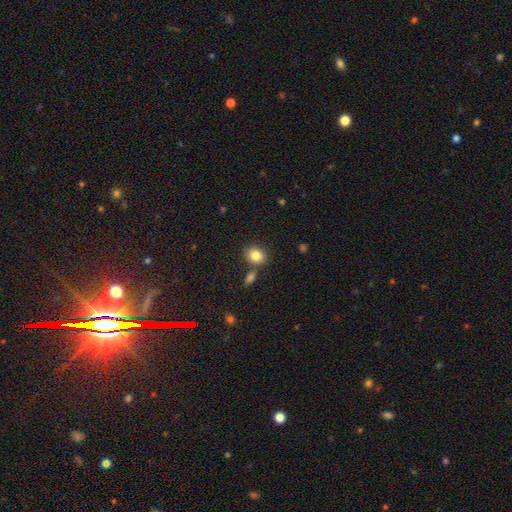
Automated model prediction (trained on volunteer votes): This is clearly a smooth galaxy (83%). How rounded: possibly round (57%). Merging: likely none (71%).